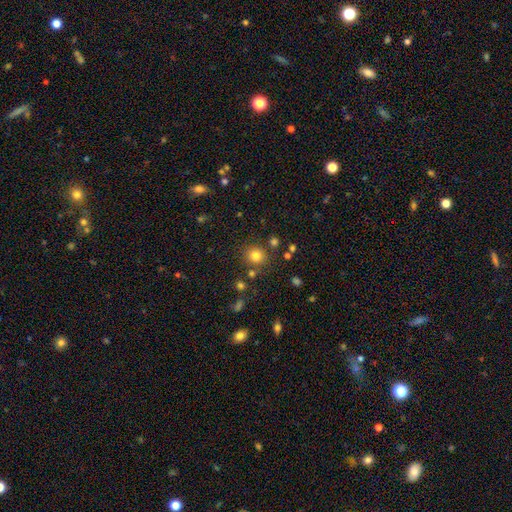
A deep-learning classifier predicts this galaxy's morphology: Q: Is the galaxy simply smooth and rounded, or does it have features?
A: smooth — 79%.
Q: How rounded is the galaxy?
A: round — 87%.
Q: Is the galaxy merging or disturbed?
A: none — 82%.